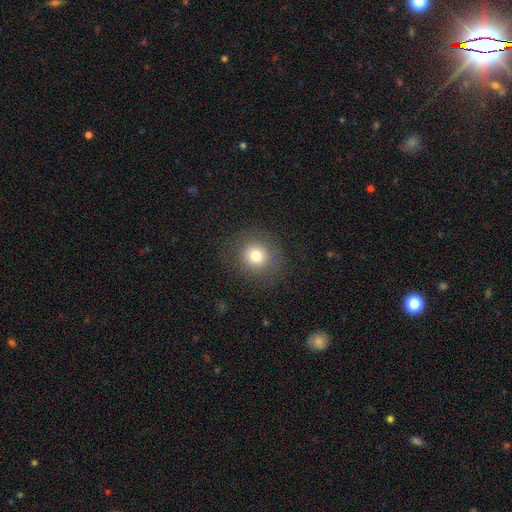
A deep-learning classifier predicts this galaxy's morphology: The model was most divided on "smooth or featured": smooth: 75%, star or artifact: 13%, featured or disk: 12%. More confident: how rounded — round (87%); merging — none (84%).